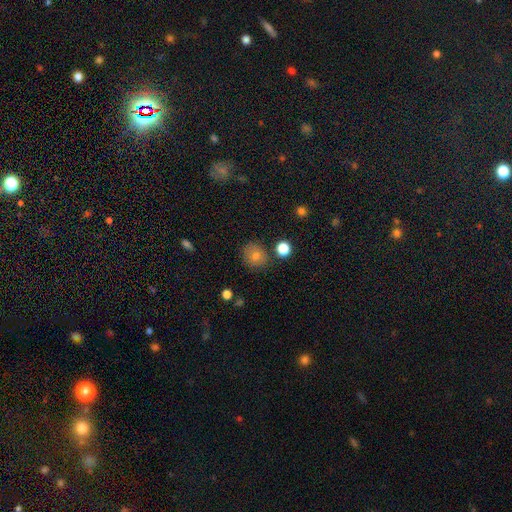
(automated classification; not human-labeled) This is likely a smooth galaxy (72%). How rounded: clearly round (82%). Merging: clearly none (81%).